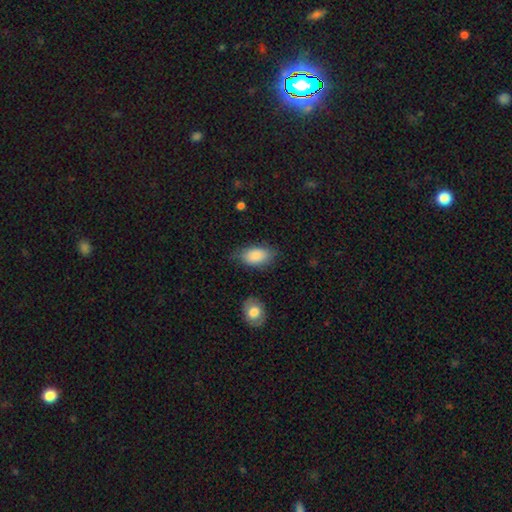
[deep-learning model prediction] A smooth galaxy with no disk features (87%) that is in between round and cigar-shaped (93%). Merging: none (70%).